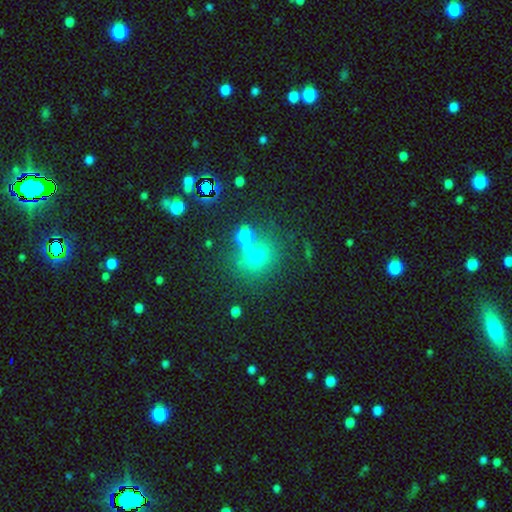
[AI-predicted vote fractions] This appears to be a smooth galaxy with no disk features (64%) that is round (76%). Merging: none (64%).